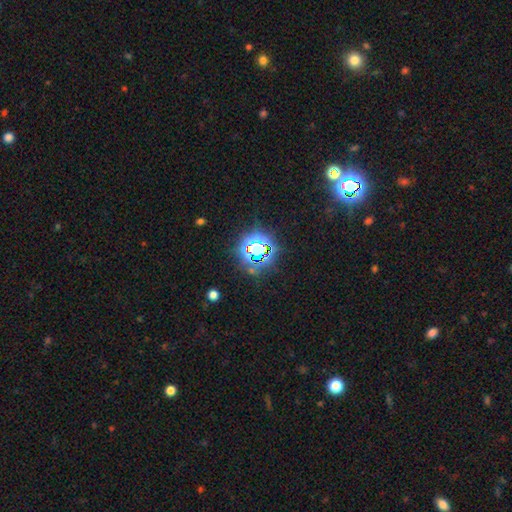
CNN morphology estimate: A star or artifact, not a galaxy (79%).

Vote fractions:
- Smooth or featured? star or artifact: 79% / smooth: 13% / featured or disk: 8%